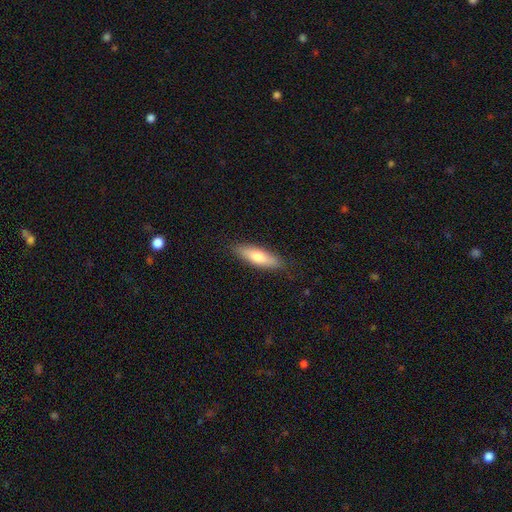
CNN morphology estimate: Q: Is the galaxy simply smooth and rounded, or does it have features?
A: smooth — 66%.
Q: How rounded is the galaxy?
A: cigar-shaped — 57%.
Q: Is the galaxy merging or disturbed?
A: none — 87%.